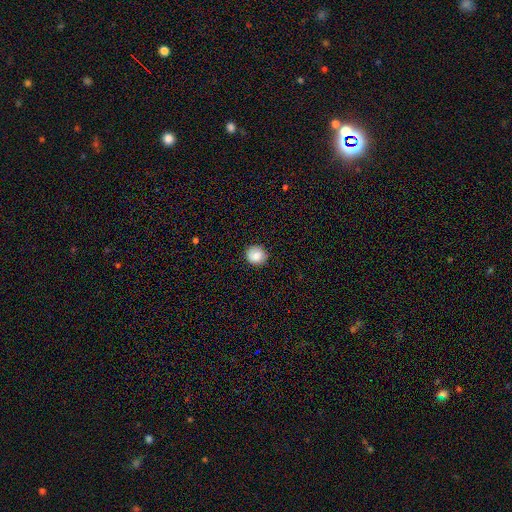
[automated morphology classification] This appears to be a smooth galaxy with no disk features (84%) that is round (85%). Merging: none (87%).